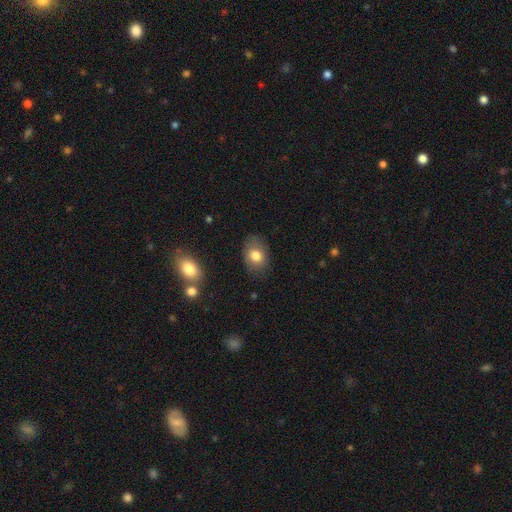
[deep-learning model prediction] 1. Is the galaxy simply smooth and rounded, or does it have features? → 78% smooth, 13% featured or disk, 9% star or artifact.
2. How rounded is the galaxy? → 71% in between, 28% round, 1% cigar-shaped.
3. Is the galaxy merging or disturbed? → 78% none, 16% minor disturbance, 4% major disturbance, 2% merger.